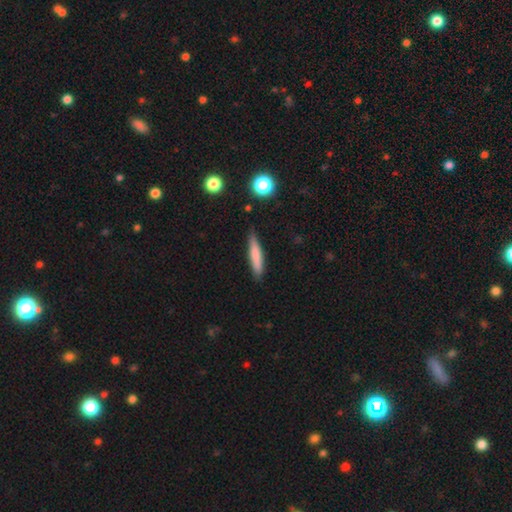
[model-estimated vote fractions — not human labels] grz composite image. It shows a smooth galaxy with no disk features (74%) that is cigar-shaped (89%). Merging: none (82%).